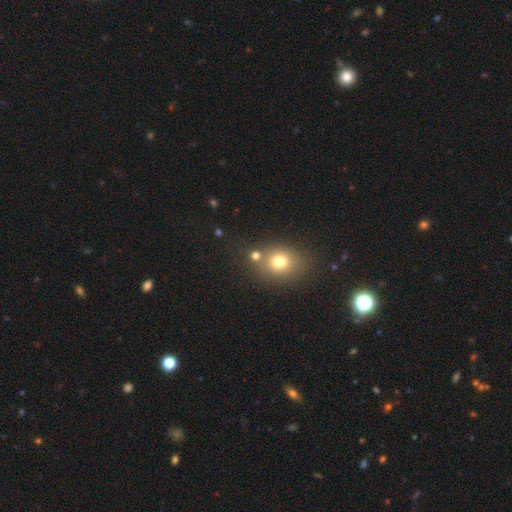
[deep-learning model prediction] This appears to be a smooth galaxy with no disk features (72%) that is round (71%). Merging: none (69%).